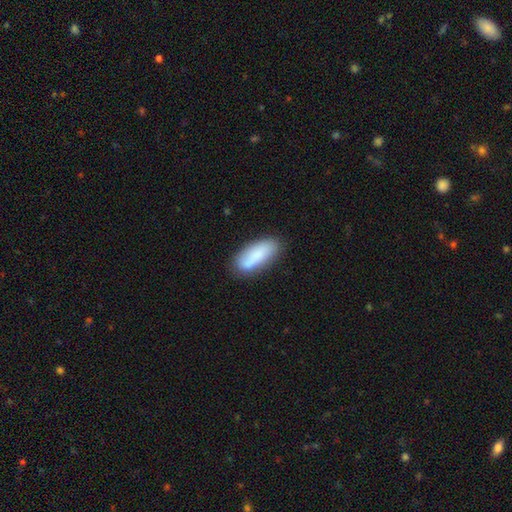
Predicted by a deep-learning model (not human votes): A smooth galaxy with no disk features (81%) that is in between round and cigar-shaped (73%). Merging: none (75%).